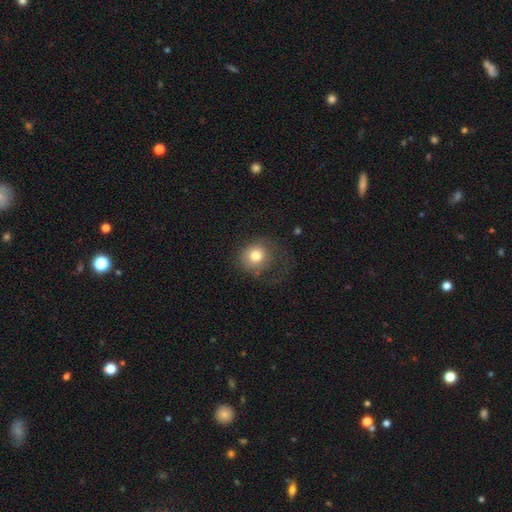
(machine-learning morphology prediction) Overall: smooth (76%). How rounded: round (80%). Merging: none (47%; major disturbance 31%).